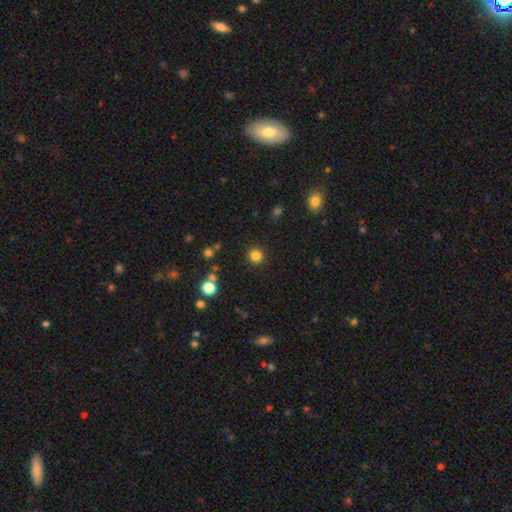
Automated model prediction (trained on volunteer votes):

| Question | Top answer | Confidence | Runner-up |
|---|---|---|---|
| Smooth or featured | smooth | 82% | star or artifact (13%) |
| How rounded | round | 92% | in between (7%) |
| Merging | none | 91% | minor disturbance (6%) |